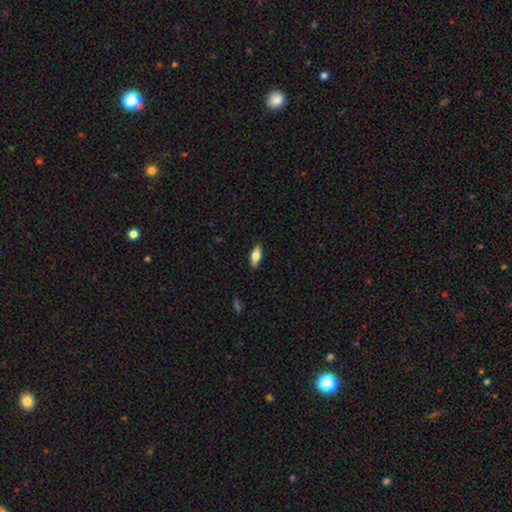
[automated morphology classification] smooth-or-featured: smooth: 69% | featured or disk: 25% | star or artifact: 6%
  how-rounded: in between: 74% | cigar-shaped: 23% | round: 3%
  merging: none: 88% | minor disturbance: 9% | major disturbance: 2% | merger: 1%